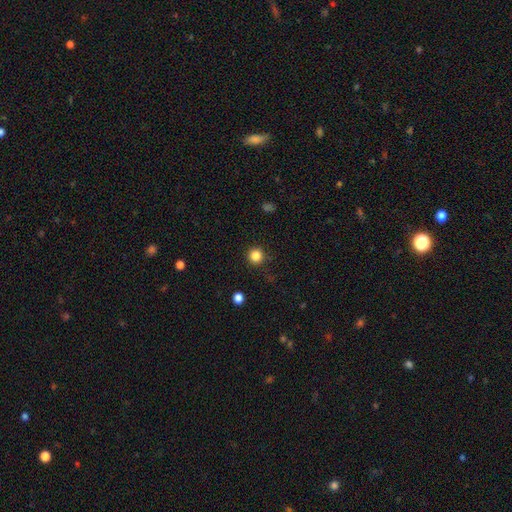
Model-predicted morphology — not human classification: Smooth or featured? smooth (85%)
How rounded? round (95%)
Merging? none (89%)